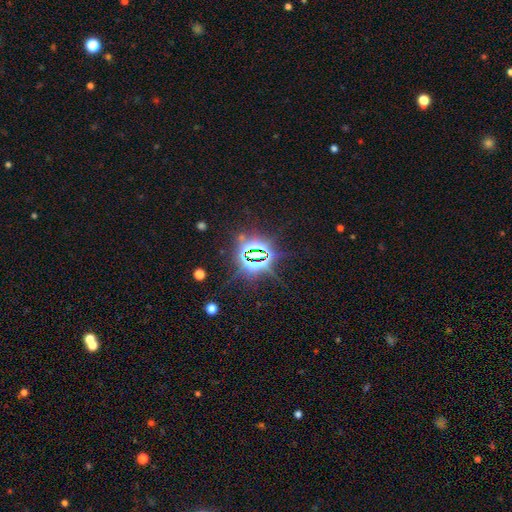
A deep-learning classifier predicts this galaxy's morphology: A star or artifact, not a galaxy (85%).

Vote fractions:
- Smooth or featured? star or artifact: 85% / smooth: 8% / featured or disk: 7%